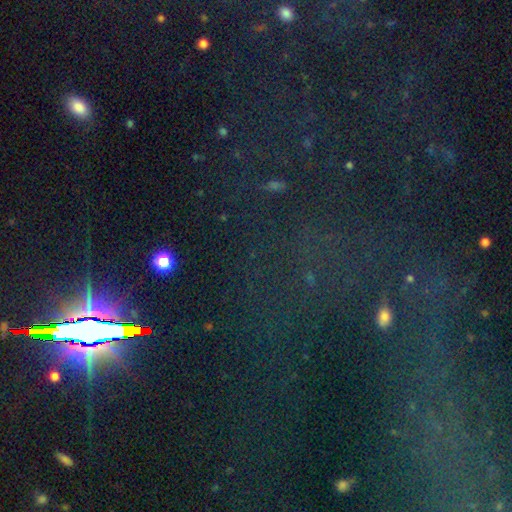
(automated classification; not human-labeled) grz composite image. It shows a star or artifact, not a galaxy (81%).